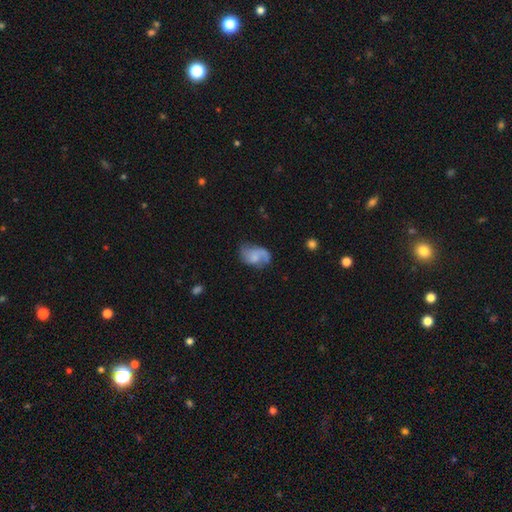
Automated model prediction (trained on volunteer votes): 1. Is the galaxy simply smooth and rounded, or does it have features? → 52% featured or disk, 40% smooth, 8% star or artifact.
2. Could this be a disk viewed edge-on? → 97% no, 3% yes.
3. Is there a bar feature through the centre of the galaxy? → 66% no, 30% weak, 5% strong.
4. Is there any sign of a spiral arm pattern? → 85% yes, 15% no.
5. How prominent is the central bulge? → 34% small (tied), 34% none (tied), 24% moderate, 6% large, 2% dominant.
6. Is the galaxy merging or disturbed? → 48% none, 29% minor disturbance, 20% major disturbance, 3% merger.